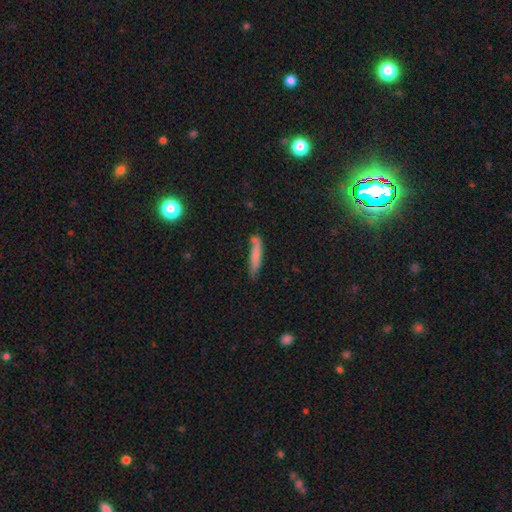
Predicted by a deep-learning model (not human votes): smooth 74%, featured or disk 19%, star or artifact 7%. Down the decision tree: how rounded — cigar-shaped (88%); merging — none (66%).